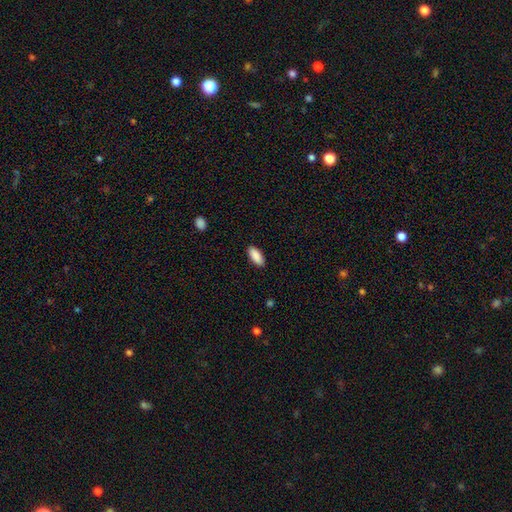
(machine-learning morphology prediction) smooth 90%, star or artifact 6%, featured or disk 4%. Down the decision tree: how rounded — in between (87%); merging — none (88%).